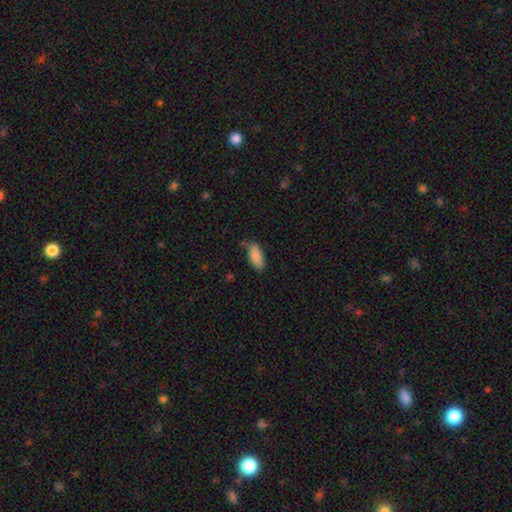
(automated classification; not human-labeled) The model was most divided on "merging": none: 64%, minor disturbance: 28%, major disturbance: 6%, merger: 3%. More confident: smooth or featured — smooth (87%); how rounded — in between (86%).